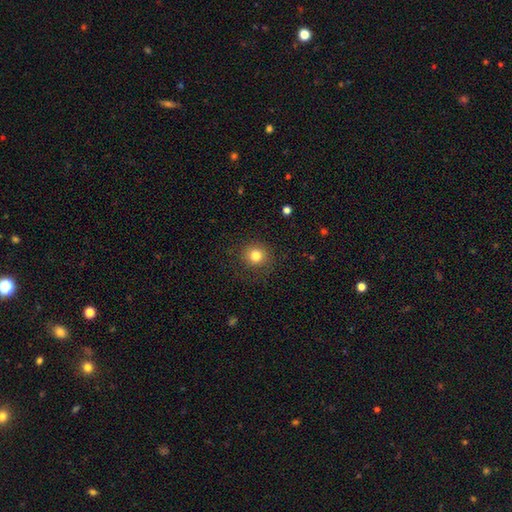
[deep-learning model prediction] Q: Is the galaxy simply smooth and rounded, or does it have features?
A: smooth — 81%.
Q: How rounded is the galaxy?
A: round — 90%.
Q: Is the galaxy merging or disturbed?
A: none — 86%.